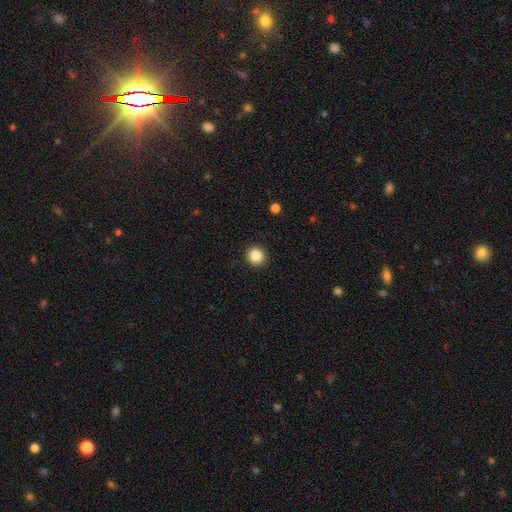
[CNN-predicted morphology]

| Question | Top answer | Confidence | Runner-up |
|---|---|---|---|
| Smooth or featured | smooth | 86% | star or artifact (10%) |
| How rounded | round | 94% | in between (5%) |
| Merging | none | 92% | minor disturbance (5%) |